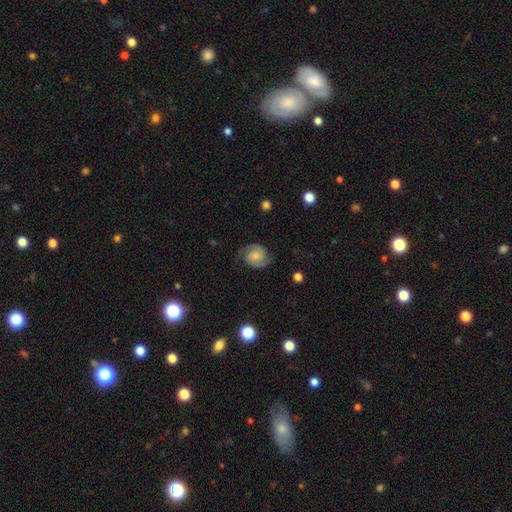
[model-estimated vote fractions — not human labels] This appears to be a featured or disk galaxy (74%) with no bar (50%), 2 (91%) medium (51%) spiral arms (96%) and a small central bulge (39%). Merging: none (80%).